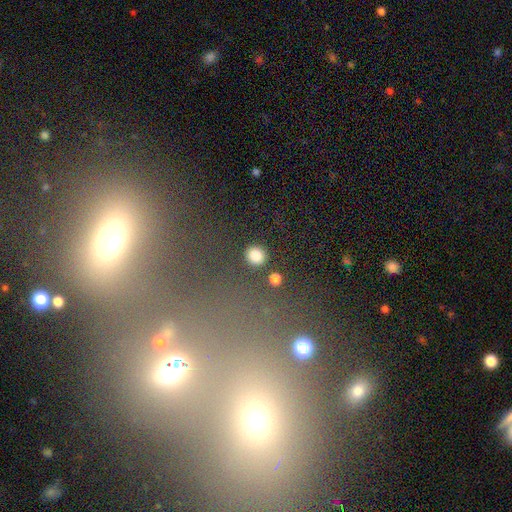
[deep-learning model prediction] Smooth or featured? smooth (83%)
How rounded? round (89%)
Merging? none (89%)